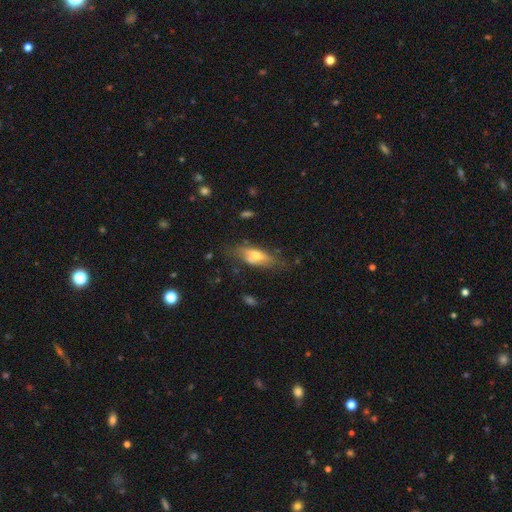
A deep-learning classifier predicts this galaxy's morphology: smooth 49%, featured or disk 43%, star or artifact 9%. Down the decision tree: merging — none (65%).